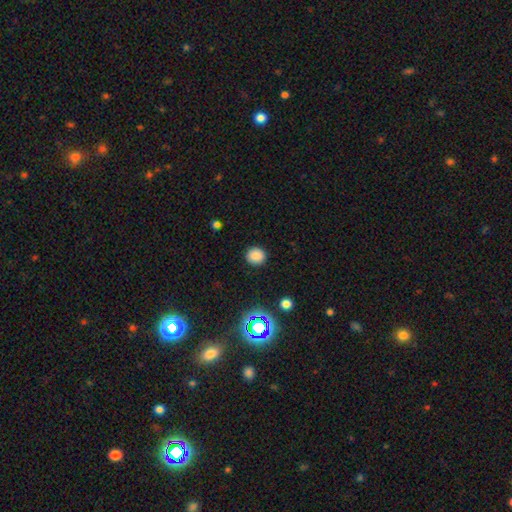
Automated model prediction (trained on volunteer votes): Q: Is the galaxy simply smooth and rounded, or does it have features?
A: smooth — 82%.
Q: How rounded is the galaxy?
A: round — 81%.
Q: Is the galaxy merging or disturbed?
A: none — 90%.